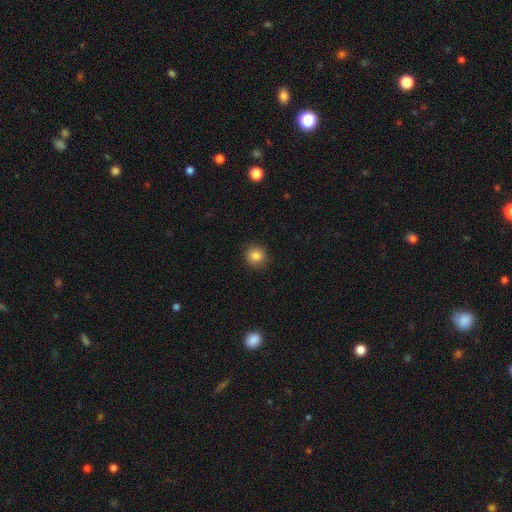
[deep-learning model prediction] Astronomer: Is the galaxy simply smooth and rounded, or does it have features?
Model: smooth — 84%.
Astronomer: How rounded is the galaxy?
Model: round — 91%.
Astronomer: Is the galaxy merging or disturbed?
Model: none — 91%.